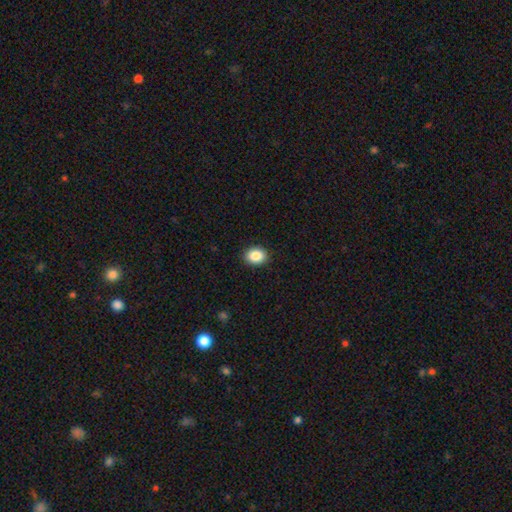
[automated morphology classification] This appears to be a smooth galaxy with no disk features (87%) that is in between round and cigar-shaped (57%). Merging: none (90%).